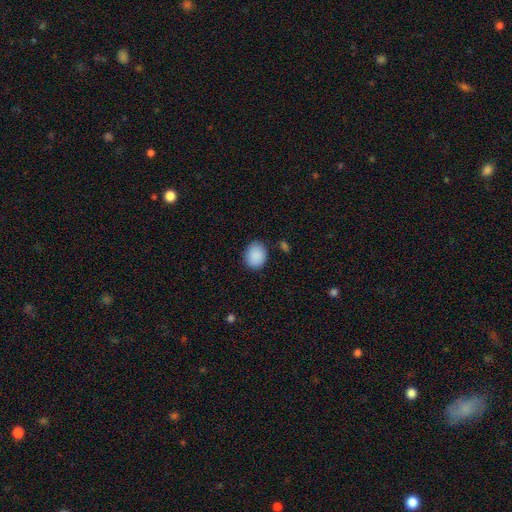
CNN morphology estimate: smooth-or-featured: smooth: 89% | star or artifact: 7% | featured or disk: 3%
  how-rounded: round: 53% | in between: 46% | cigar-shaped: 1%
  merging: none: 82% | minor disturbance: 13% | major disturbance: 3% | merger: 2%